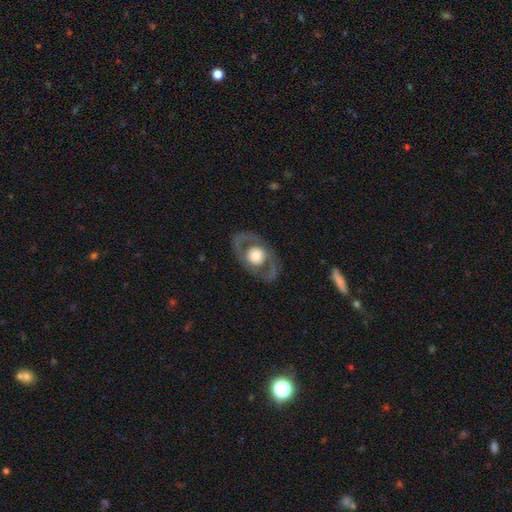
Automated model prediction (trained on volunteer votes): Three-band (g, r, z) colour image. It shows a featured or disk galaxy (66%) with no bar (84%), no spiral arms (64%) and a large central bulge (46%). Merging: none (79%).